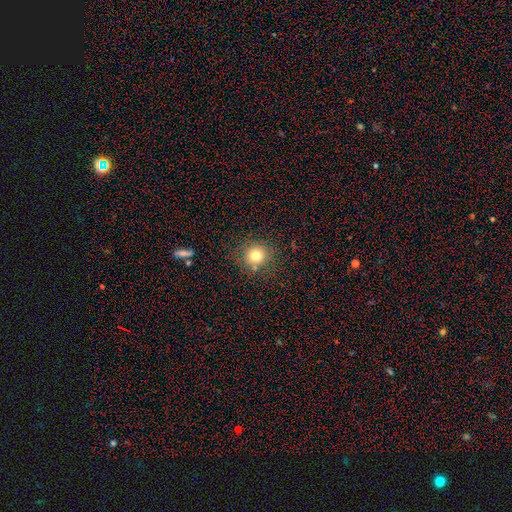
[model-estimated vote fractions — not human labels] The model was most divided on "smooth or featured": smooth: 77%, star or artifact: 15%, featured or disk: 8%. More confident: how rounded — round (91%); merging — none (84%).